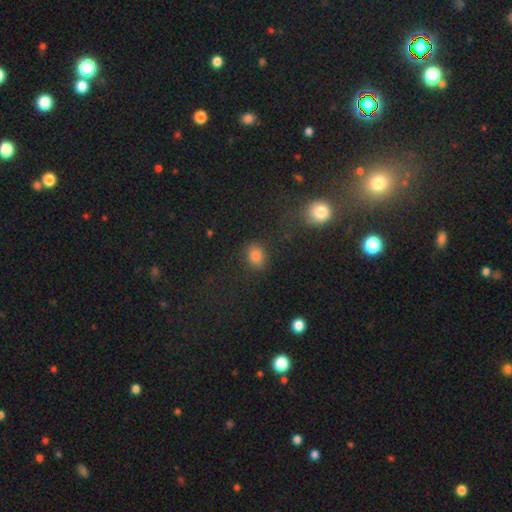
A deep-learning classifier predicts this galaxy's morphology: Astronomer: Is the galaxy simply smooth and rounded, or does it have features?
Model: smooth — 82%.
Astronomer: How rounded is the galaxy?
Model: in between — 63%.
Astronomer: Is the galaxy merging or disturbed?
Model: none — 78%.